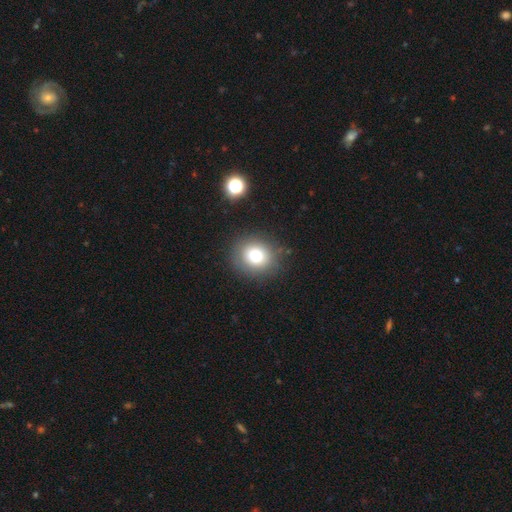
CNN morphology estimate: A smooth galaxy with no disk features (75%) that is round (79%). Merging: none (85%).